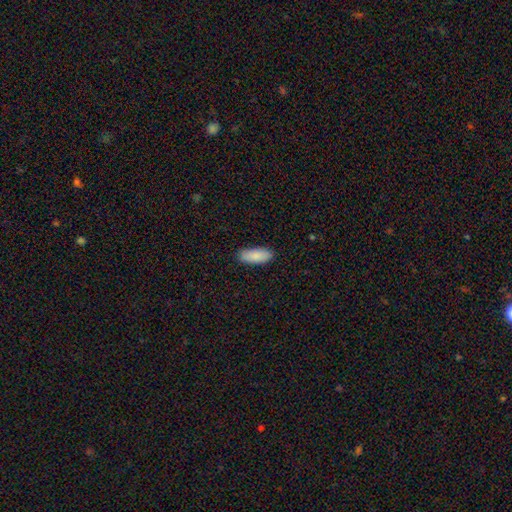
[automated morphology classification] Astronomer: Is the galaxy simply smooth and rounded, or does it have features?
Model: smooth — 89%.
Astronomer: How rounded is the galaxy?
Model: in between — 82%.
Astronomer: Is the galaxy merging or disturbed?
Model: none — 88%.